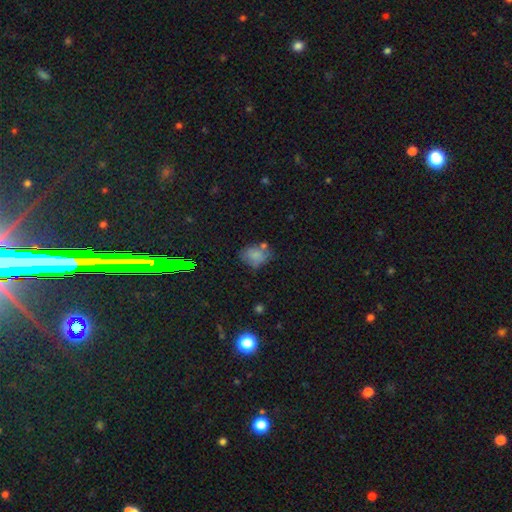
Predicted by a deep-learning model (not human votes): Q: Smooth or featured?
A: smooth (70%); runner-up: star or artifact (15%)
Q: How rounded?
A: in between (61%); runner-up: round (38%)
Q: Merging?
A: none (49%); runner-up: minor disturbance (26%)